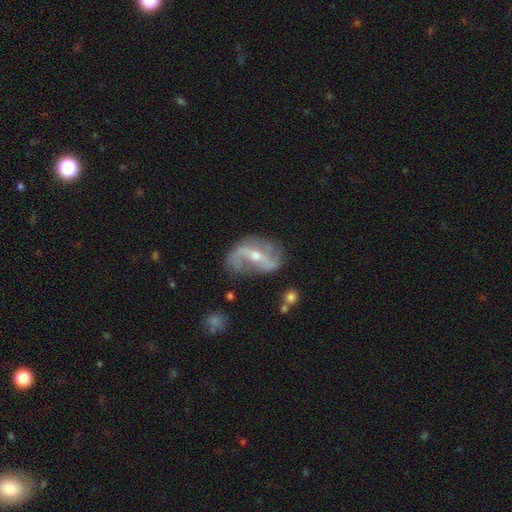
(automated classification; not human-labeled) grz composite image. It shows a featured or disk galaxy (85%) with a strong bar (51%), 2 (87%) loose (65%) spiral arms (91%) and a moderate central bulge (51%). Merging: none (68%).